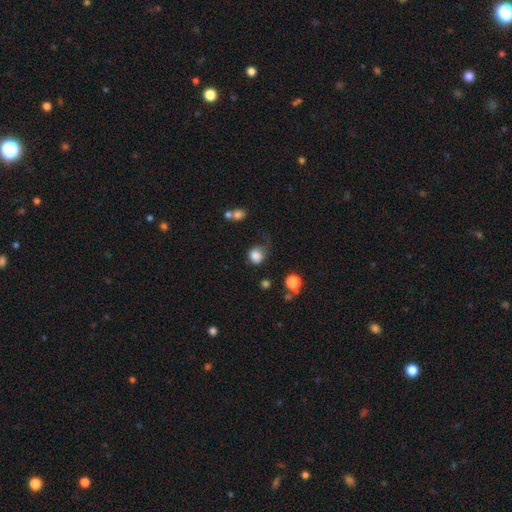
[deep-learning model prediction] The model was most divided on "merging": none: 38%, minor disturbance: 30%, major disturbance: 27%, merger: 6%. More confident: smooth or featured — smooth (82%); how rounded — round (72%).